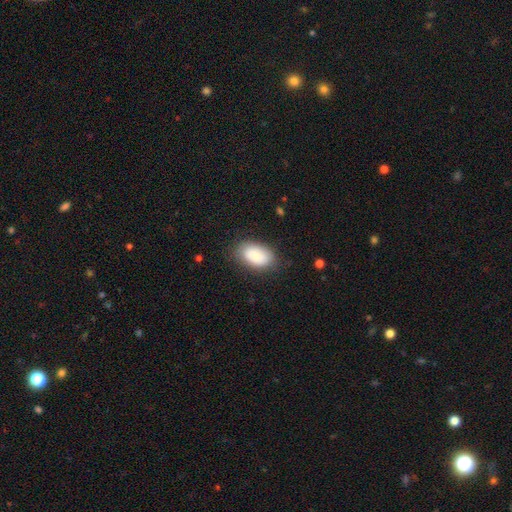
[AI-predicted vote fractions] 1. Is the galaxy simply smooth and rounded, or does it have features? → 84% smooth, 9% featured or disk, 7% star or artifact.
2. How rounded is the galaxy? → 92% in between, 7% round, 1% cigar-shaped.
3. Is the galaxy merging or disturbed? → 79% none, 15% minor disturbance, 4% major disturbance, 1% merger.